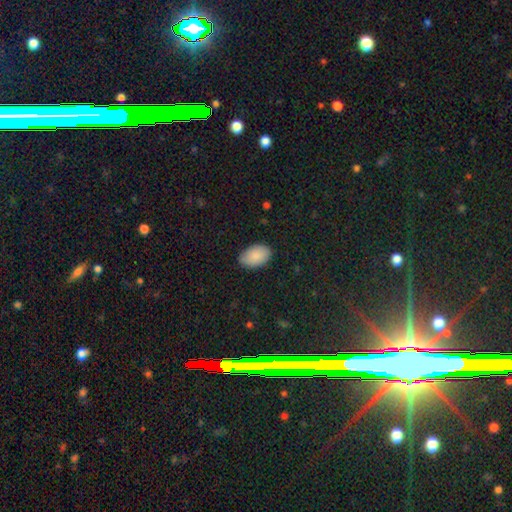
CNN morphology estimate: Smooth or featured: smooth — 89% (star or artifact — 6%)
How rounded: in between — 93% (round — 6%)
Merging: none — 84% (minor disturbance — 13%)